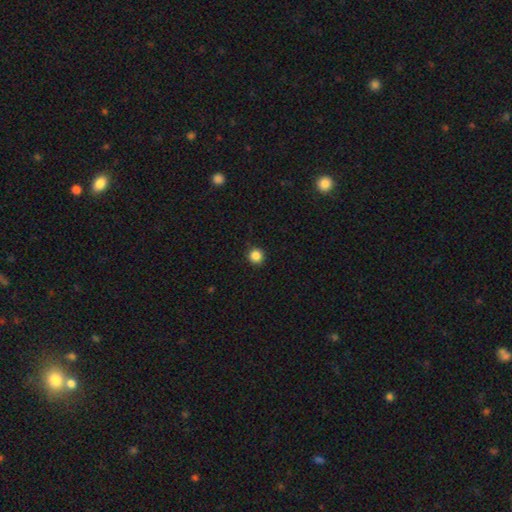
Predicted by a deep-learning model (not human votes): Morphology: type=smooth (86%); roundness=round (95%); merging=none (92%).